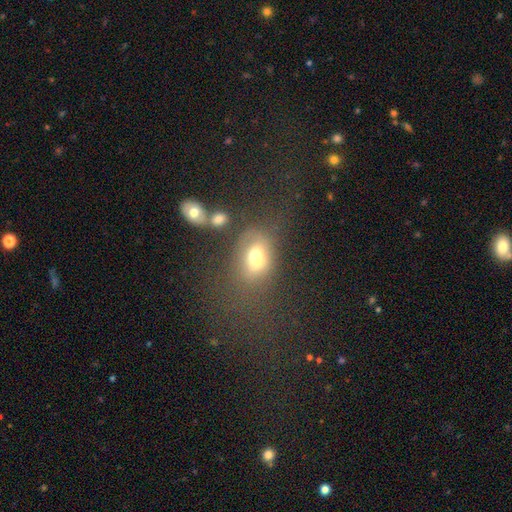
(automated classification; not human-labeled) This appears to be a smooth galaxy with no disk features (67%) that is in between round and cigar-shaped (76%). Merging: none (43%).